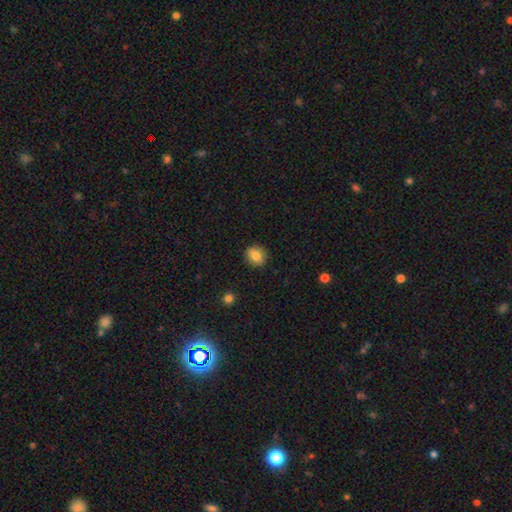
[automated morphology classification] smooth-or-featured: smooth: 83% | star or artifact: 9% | featured or disk: 8%
  how-rounded: round: 74% | in between: 25% | cigar-shaped: 1%
  merging: none: 89% | minor disturbance: 8% | major disturbance: 2% | merger: 1%